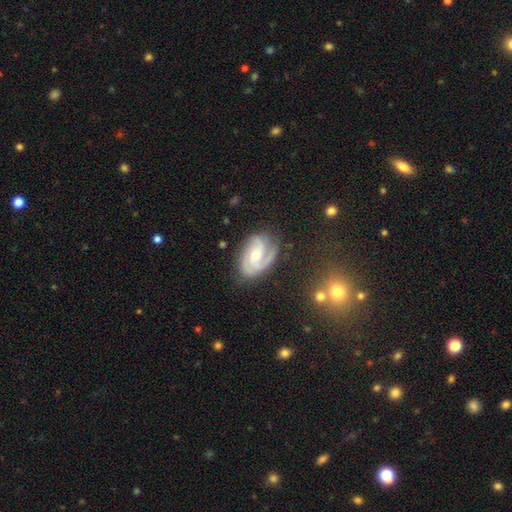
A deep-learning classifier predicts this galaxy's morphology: Overall: featured or disk (83%). Edge-on disk: no (97%). Bar: no (56%; weak 35%). Spiral arms: yes (96%). Spiral arm count: 2 (39%; 3 28%). Spiral winding: tight (47%; medium 41%). Bulge size: moderate (56%; small 38%). Merging: none (67%).